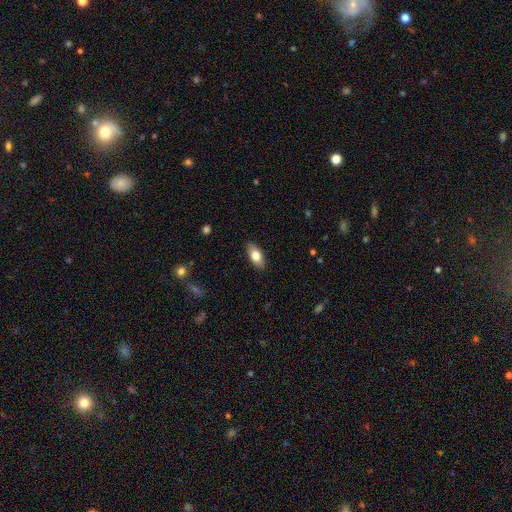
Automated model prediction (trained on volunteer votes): A smooth galaxy with no disk features (77%) that is in between round and cigar-shaped (88%). Merging: none (88%).